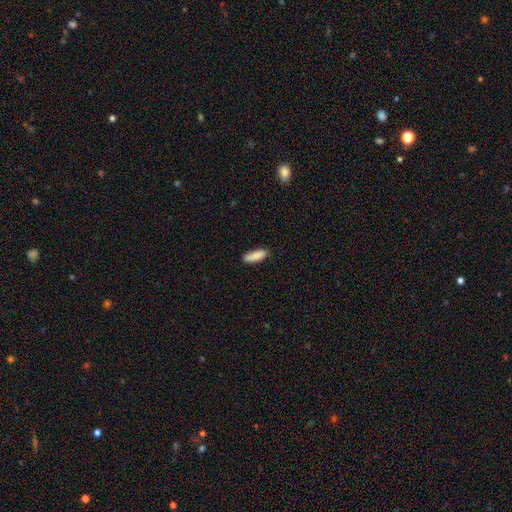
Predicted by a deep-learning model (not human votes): smooth 88%, star or artifact 6%, featured or disk 5%. Down the decision tree: how rounded — in between (52%); merging — none (84%).